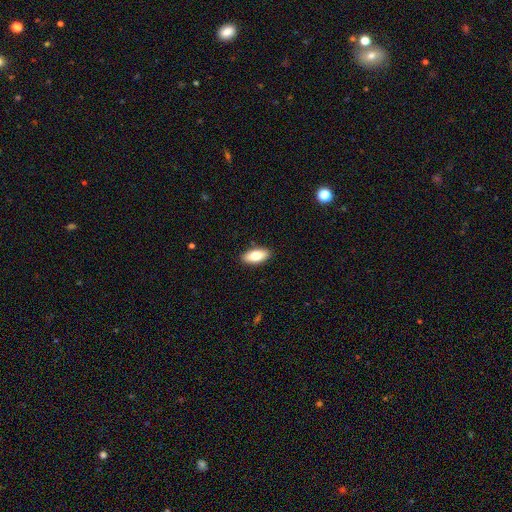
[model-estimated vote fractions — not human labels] A smooth galaxy with no disk features (78%) that is in between round and cigar-shaped (89%).

Vote fractions:
- Smooth or featured? smooth: 78% / featured or disk: 15% / star or artifact: 7%
- How rounded? in between: 89% / cigar-shaped: 8% / round: 3%
- Merging? none: 90% / minor disturbance: 8% / major disturbance: 2% / merger: 1%